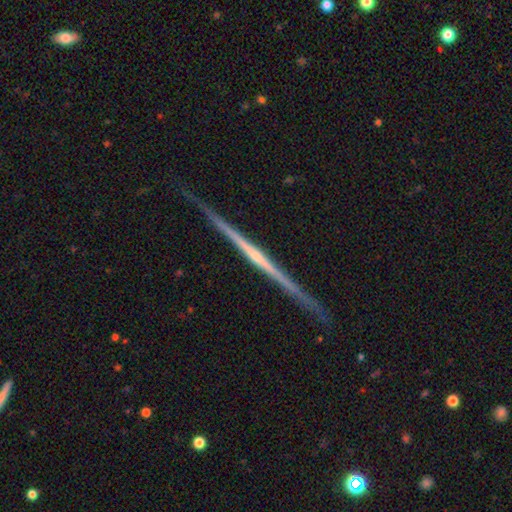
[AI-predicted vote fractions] Overall: featured or disk (83%). Edge-on disk: yes (98%). Edge-on bulge: none (62%; rounded 30%). Merging: none (89%).